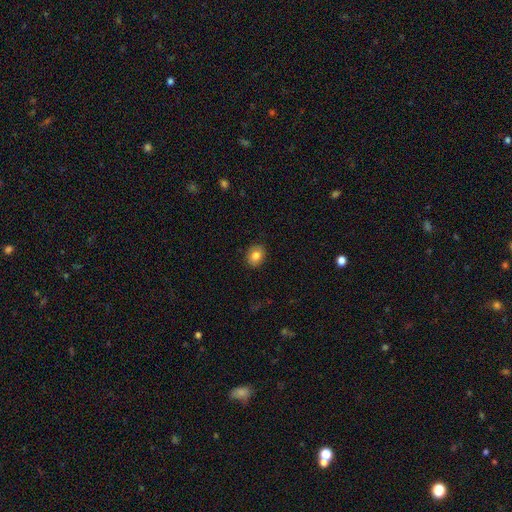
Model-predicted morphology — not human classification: Overall: smooth (82%). How rounded: in between (53%; round 46%). Merging: none (89%).